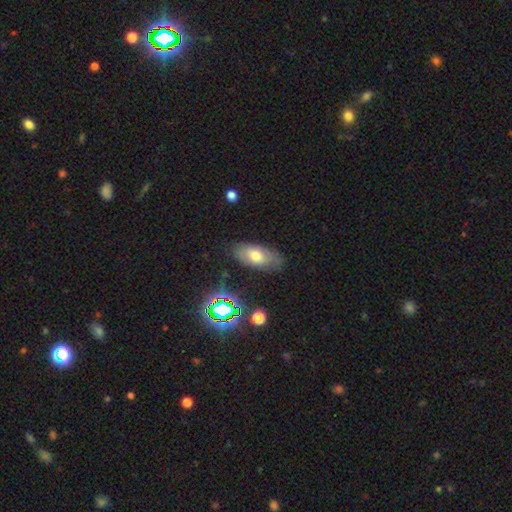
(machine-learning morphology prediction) The model was most divided on "smooth or featured": smooth: 62%, featured or disk: 27%, star or artifact: 11%. More confident: how rounded — in between (90%); merging — none (75%).